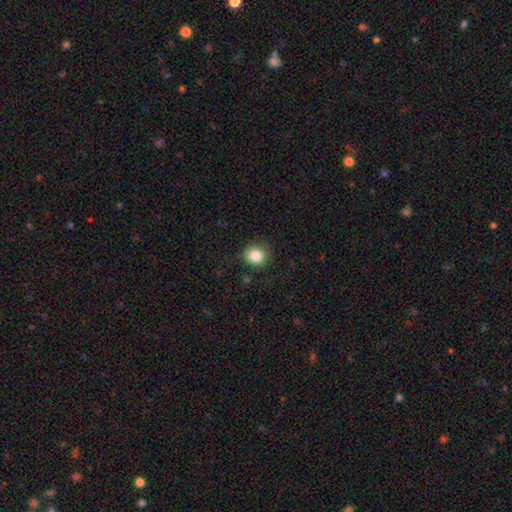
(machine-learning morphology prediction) Smooth or featured? smooth (84%)
How rounded? round (88%)
Merging? none (85%)